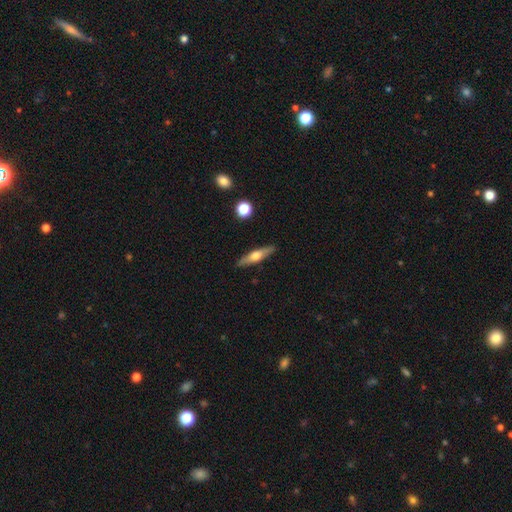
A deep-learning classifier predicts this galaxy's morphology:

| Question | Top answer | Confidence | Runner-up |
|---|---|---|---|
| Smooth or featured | featured or disk | 51% | smooth (43%) |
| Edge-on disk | yes | 91% | no (9%) |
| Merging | none | 89% | minor disturbance (8%) |